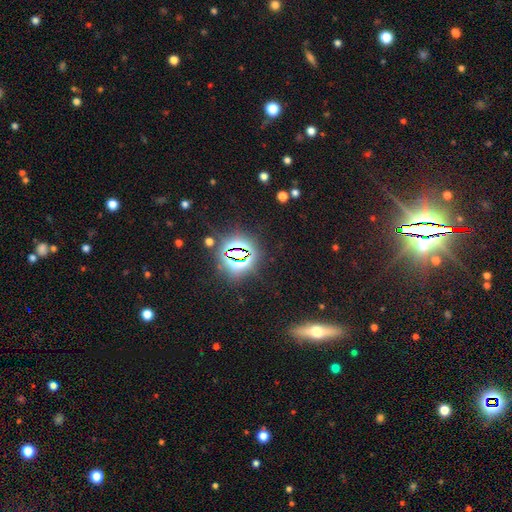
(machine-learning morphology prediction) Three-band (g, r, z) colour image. It shows a star or artifact, not a galaxy (70%).